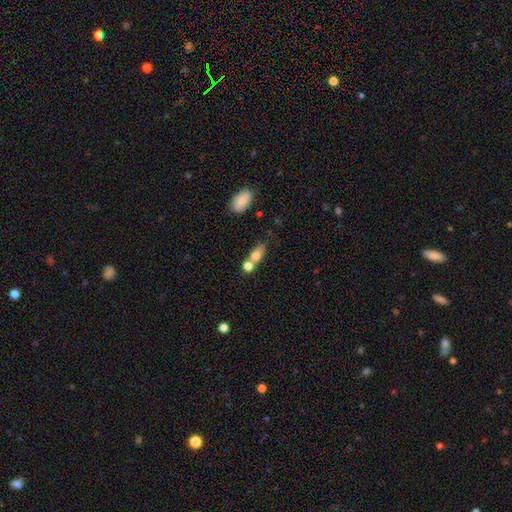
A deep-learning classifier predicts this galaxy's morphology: Smooth or featured? smooth (74%)
How rounded? in between (63%)
Merging? merger (49%)